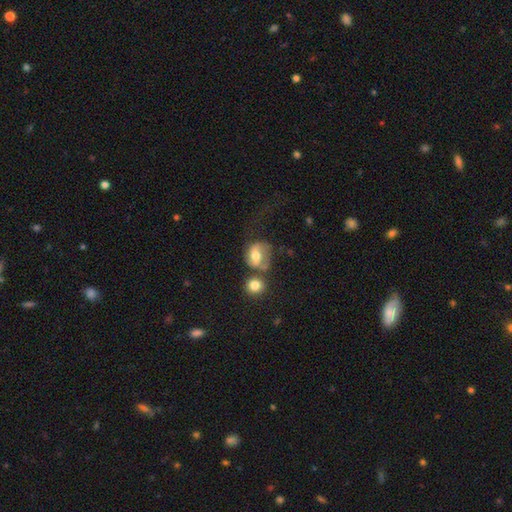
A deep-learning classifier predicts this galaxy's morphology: smooth 56%, featured or disk 35%, star or artifact 9%. Down the decision tree: how rounded — round (55%); merging — none (31%).